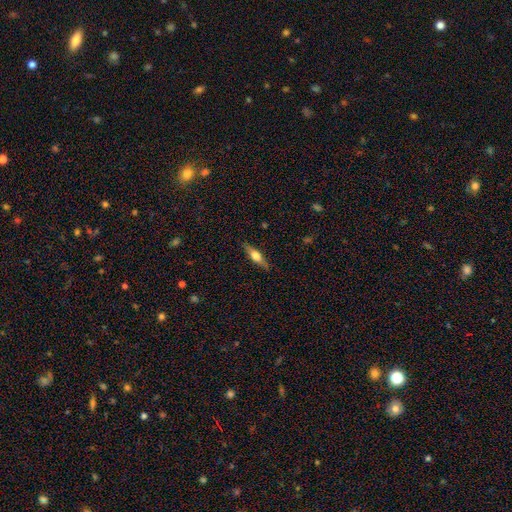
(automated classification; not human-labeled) A featured or disk galaxy (51%) viewed edge-on (93%). Merging: none (86%).